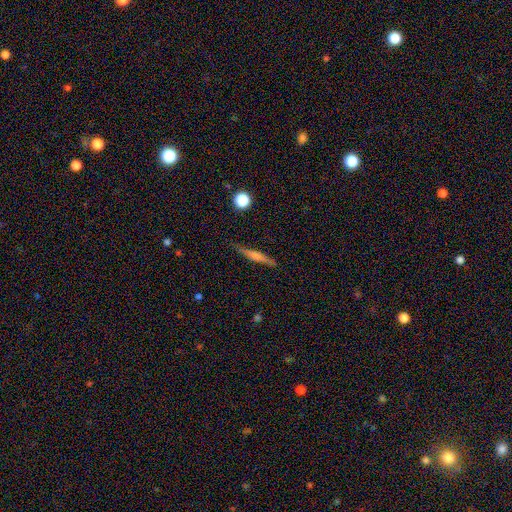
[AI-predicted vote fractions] This is likely a featured or disk galaxy (64%). It is clearly viewed edge-on (97%). Edge-on bulge: likely rounded (65%). Merging: clearly none (89%).